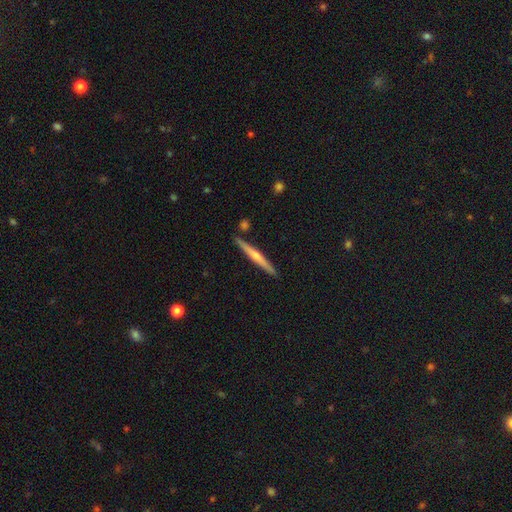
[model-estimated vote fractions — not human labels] A featured or disk galaxy (55%) viewed edge-on (97%) with a rounded central bulge (62%). Merging: none (88%).